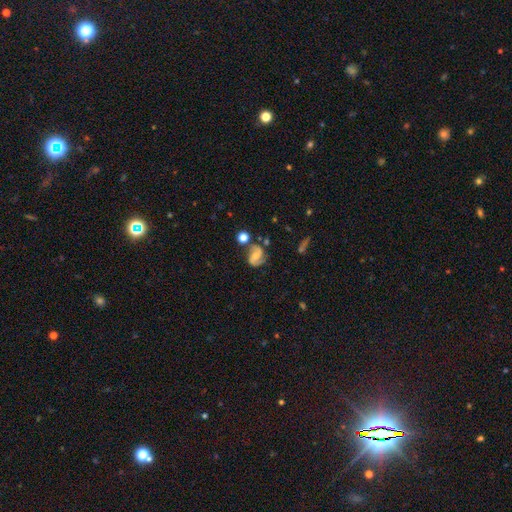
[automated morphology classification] This appears to be a featured or disk galaxy (76%) with no bar (48%), 2 (88%) medium (50%) spiral arms (94%) and a moderate central bulge (53%). Merging: none (65%).